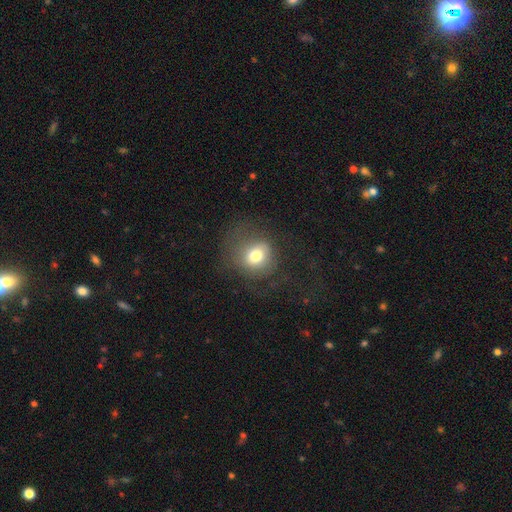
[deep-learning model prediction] Smooth or featured?
  - smooth: 71% *
  - featured or disk: 17%
  - star or artifact: 12%
How rounded?
  - round: 77% *
  - in between: 22%
  - cigar-shaped: 1%
Merging?
  - none: 58% *
  - major disturbance: 23%
  - minor disturbance: 18%
  - merger: 2%